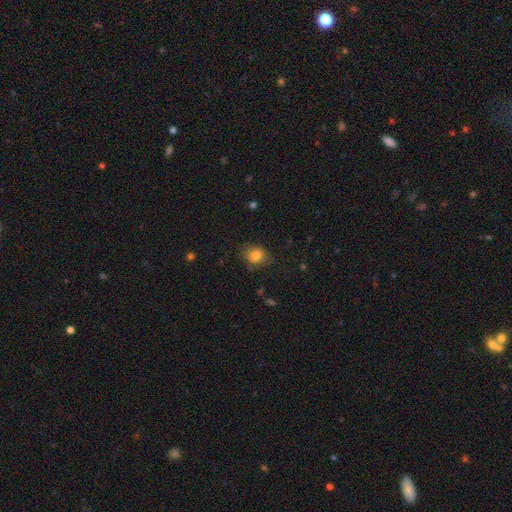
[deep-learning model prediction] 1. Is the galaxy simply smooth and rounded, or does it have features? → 83% smooth, 10% star or artifact, 7% featured or disk.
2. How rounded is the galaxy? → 60% round, 39% in between, 1% cigar-shaped.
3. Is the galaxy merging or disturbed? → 74% none, 19% minor disturbance, 5% major disturbance, 2% merger.